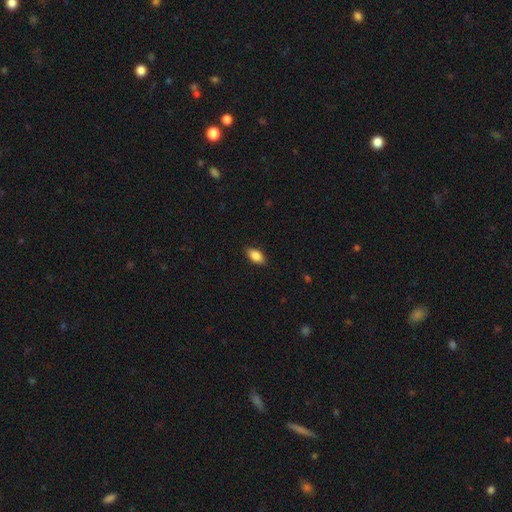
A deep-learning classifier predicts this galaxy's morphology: This appears to be a smooth galaxy with no disk features (85%) that is in between round and cigar-shaped (89%). Merging: none (87%).